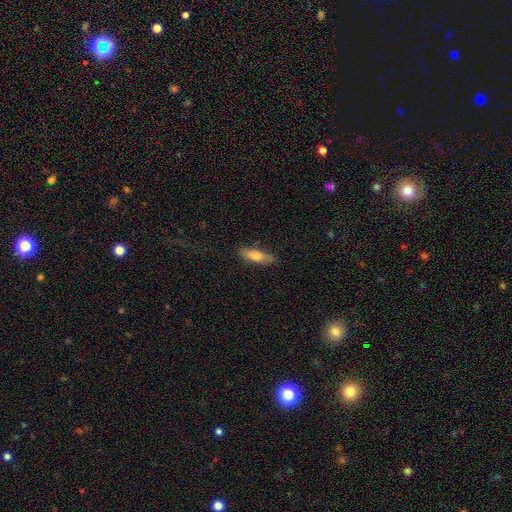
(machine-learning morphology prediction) smooth-or-featured: smooth: 71% | featured or disk: 22% | star or artifact: 6%
  how-rounded: cigar-shaped: 54% | in between: 44% | round: 2%
  merging: none: 81% | minor disturbance: 15% | major disturbance: 3% | merger: 1%